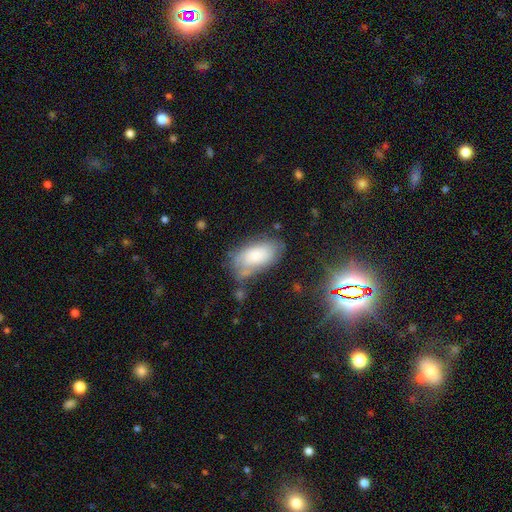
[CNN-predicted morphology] smooth_or_featured: smooth (p=0.67) [alt: featured or disk p=0.24]
how_rounded: in between (p=0.93) [alt: cigar-shaped p=0.03]
merging: none (p=0.51) [alt: minor disturbance p=0.28]